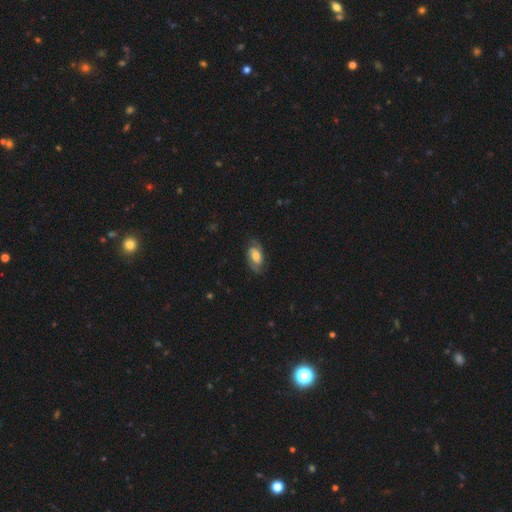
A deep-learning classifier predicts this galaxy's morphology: type=featured or disk (63%); edge-on=no (95%); bar=no (51%); spiral arms=yes (88%); winding=medium (44%); arm count=2 (83%); bulge=moderate (60%); merging=none (74%).